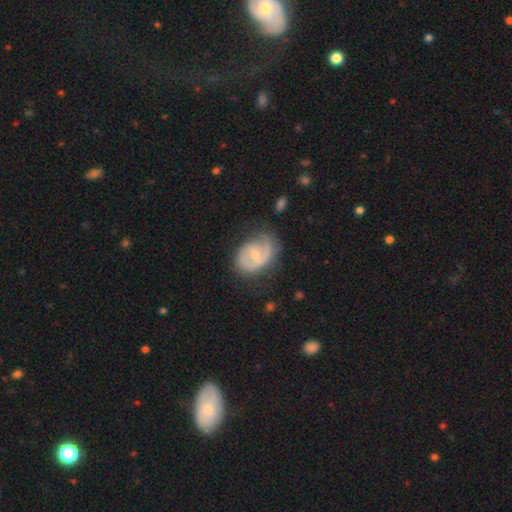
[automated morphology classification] Smooth or featured? Predicted: featured or disk (p=0.67). Edge-on disk? Predicted: no (p=0.97). Bar? Predicted: no (p=0.49). Spiral arms? Predicted: yes (p=0.79). Spiral winding? Predicted: medium (p=0.39). Spiral arm count? Predicted: 2 (p=0.44). Bulge size? Predicted: small (p=0.56). Merging? Predicted: none (p=0.53).